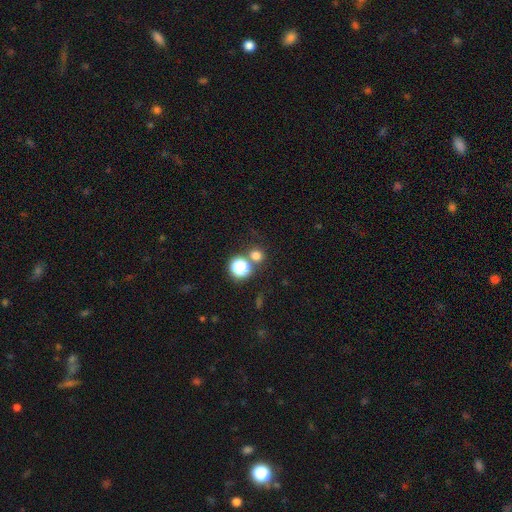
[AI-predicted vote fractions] smooth-or-featured: smooth: 71% | star or artifact: 23% | featured or disk: 6%
  how-rounded: round: 85% | in between: 14% | cigar-shaped: 1%
  merging: none: 67% | merger: 22% | minor disturbance: 8% | major disturbance: 4%